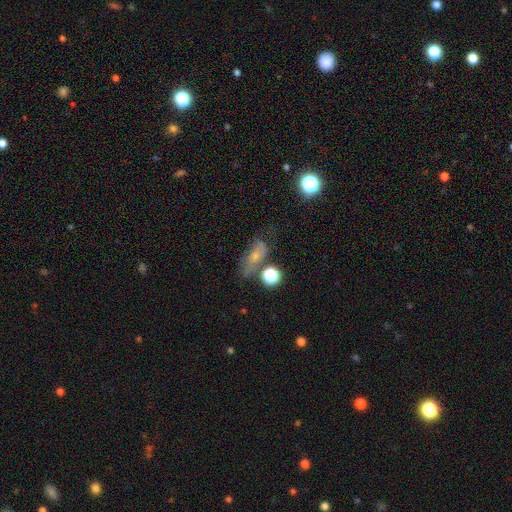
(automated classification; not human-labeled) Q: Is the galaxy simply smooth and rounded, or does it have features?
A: smooth — 46%.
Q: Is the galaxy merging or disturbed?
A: none — 45%.